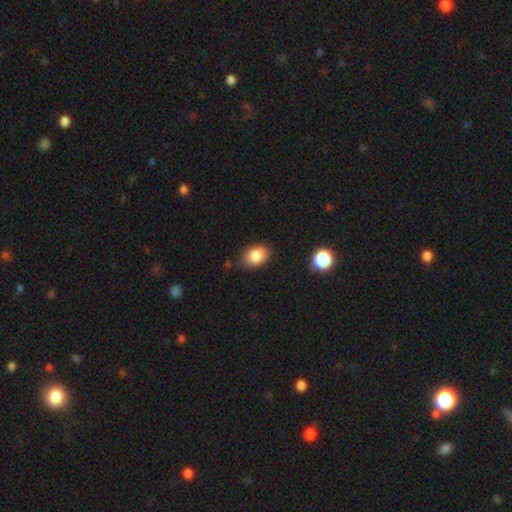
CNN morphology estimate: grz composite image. It shows a smooth galaxy with no disk features (85%) that is in between round and cigar-shaped (77%). Merging: none (81%).